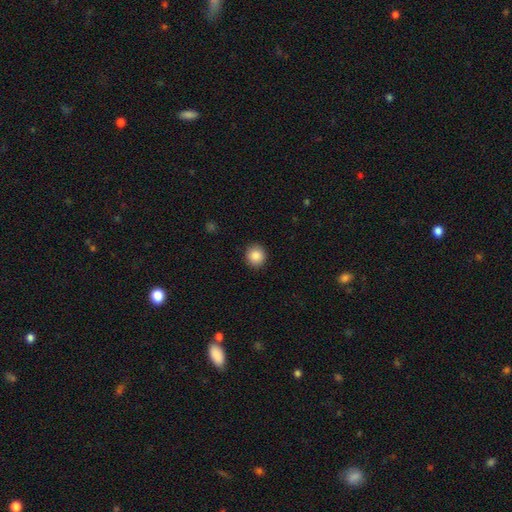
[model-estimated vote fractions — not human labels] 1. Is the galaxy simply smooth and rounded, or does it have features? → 87% smooth, 9% star or artifact, 4% featured or disk.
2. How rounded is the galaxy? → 88% round, 11% in between, 1% cigar-shaped.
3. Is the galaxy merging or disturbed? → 91% none, 6% minor disturbance, 2% major disturbance, 1% merger.